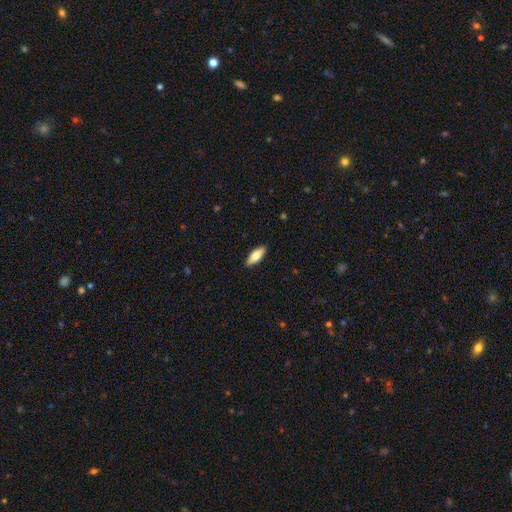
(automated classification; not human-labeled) smooth 71%, featured or disk 24%, star or artifact 6%. Down the decision tree: how rounded — in between (68%); merging — none (88%).